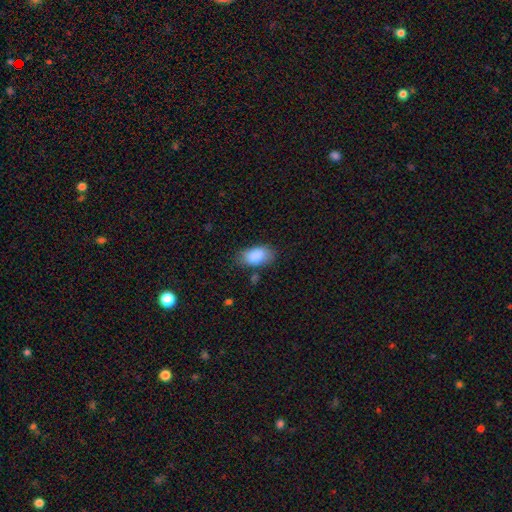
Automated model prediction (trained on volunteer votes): Overall: smooth (88%). How rounded: in between (92%). Merging: none (72%).